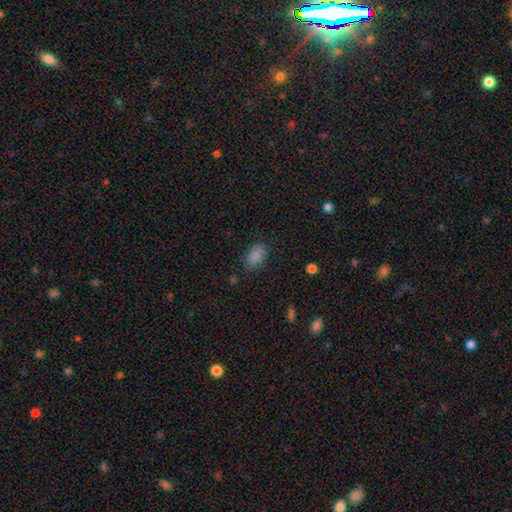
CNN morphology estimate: Q: Smooth or featured?
A: smooth (86%); runner-up: star or artifact (10%)
Q: How rounded?
A: in between (89%); runner-up: round (10%)
Q: Merging?
A: none (81%); runner-up: minor disturbance (14%)